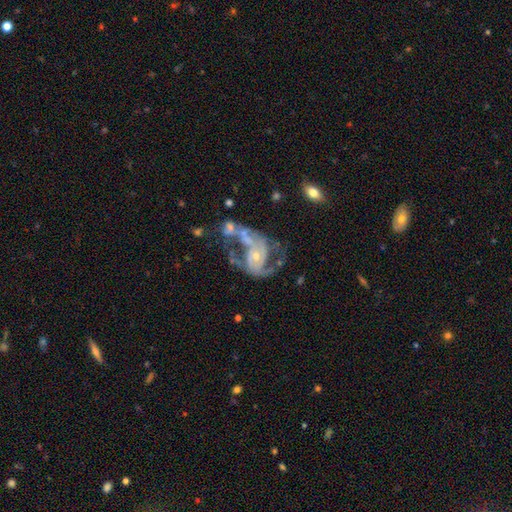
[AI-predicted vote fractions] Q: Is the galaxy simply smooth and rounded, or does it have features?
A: featured or disk — 83%.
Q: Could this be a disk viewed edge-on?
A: no — 97%.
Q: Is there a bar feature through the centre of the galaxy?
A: no — 64%.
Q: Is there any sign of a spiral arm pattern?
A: yes — 85%.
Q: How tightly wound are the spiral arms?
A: medium — 44%.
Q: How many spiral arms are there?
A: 2 — 62%.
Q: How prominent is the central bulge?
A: small — 63%.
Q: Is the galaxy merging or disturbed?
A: major disturbance — 33%.